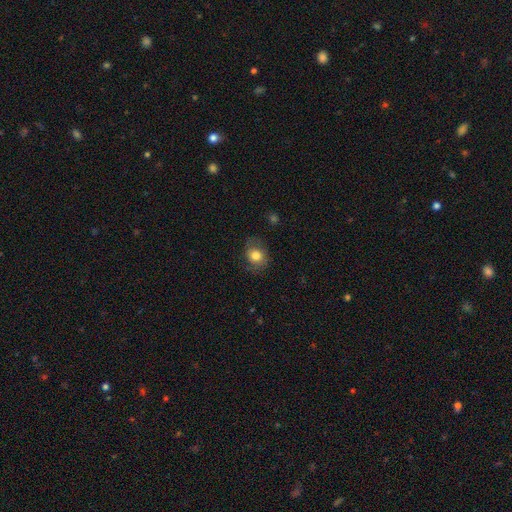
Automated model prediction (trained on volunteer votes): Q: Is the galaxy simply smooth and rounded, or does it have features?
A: smooth — 76%.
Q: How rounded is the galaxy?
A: round — 56%.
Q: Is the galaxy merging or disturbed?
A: none — 70%.